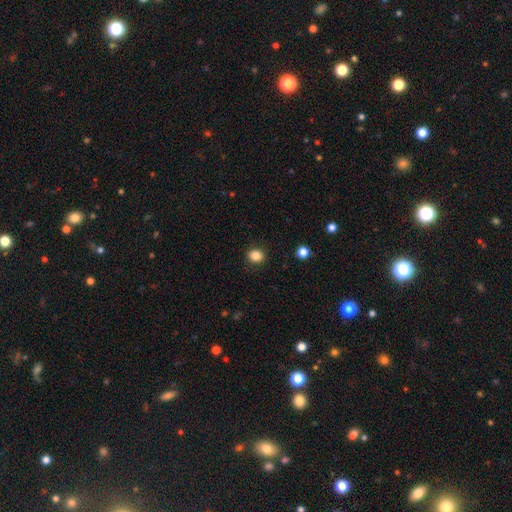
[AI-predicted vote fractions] Smooth or featured? smooth (85%)
How rounded? round (75%)
Merging? none (90%)